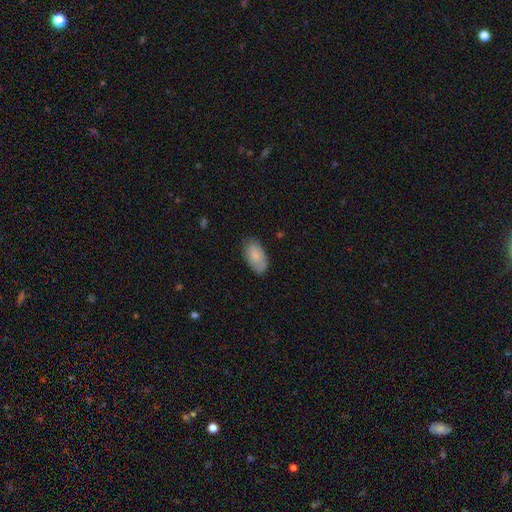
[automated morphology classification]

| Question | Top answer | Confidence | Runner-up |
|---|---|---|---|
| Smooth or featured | smooth | 81% | featured or disk (13%) |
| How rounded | in between | 94% | round (3%) |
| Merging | none | 76% | minor disturbance (19%) |